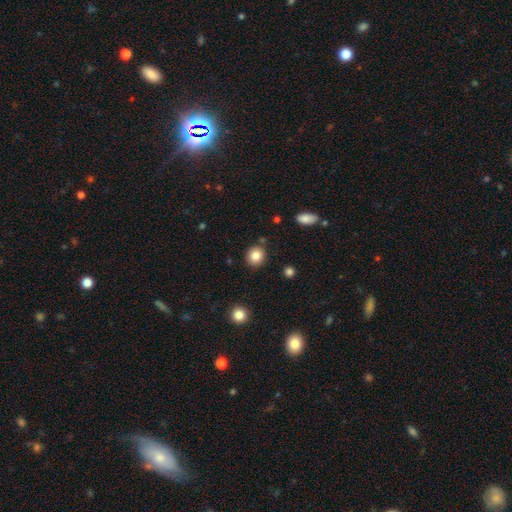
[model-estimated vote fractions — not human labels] Overall: smooth (84%). How rounded: round (81%). Merging: none (85%).